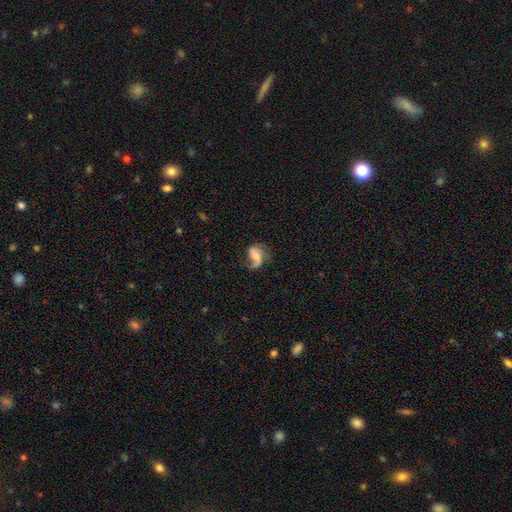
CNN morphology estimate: Overall: featured or disk (73%). Edge-on disk: no (97%). Bar: no (43%; weak 41%). Spiral arms: yes (92%). Spiral arm count: 2 (69%). Spiral winding: loose (58%; medium 33%). Bulge size: small (41%; moderate 36%). Merging: none (52%; minor disturbance 23%).